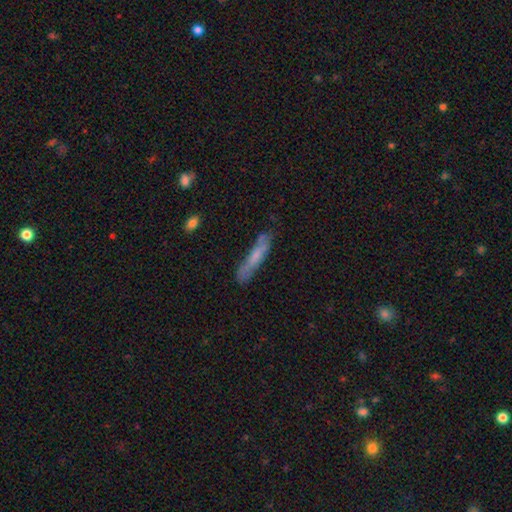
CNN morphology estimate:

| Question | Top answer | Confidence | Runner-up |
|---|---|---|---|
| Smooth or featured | smooth | 58% | featured or disk (35%) |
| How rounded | cigar-shaped | 90% | in between (9%) |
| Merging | none | 69% | minor disturbance (22%) |